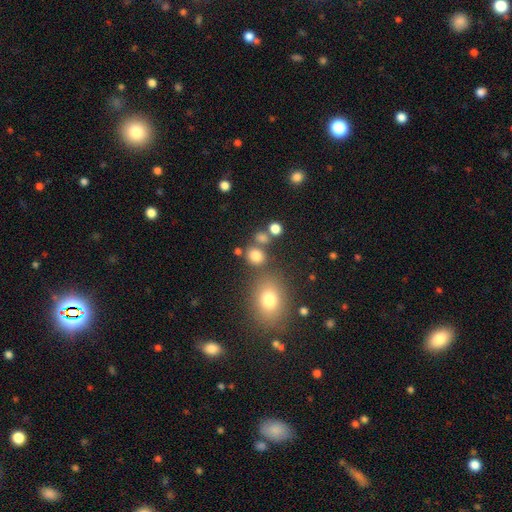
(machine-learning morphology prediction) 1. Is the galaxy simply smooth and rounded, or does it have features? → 77% smooth, 15% star or artifact, 8% featured or disk.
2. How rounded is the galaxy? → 66% round, 33% in between, 1% cigar-shaped.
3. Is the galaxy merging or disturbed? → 66% none, 18% merger, 10% minor disturbance, 5% major disturbance.